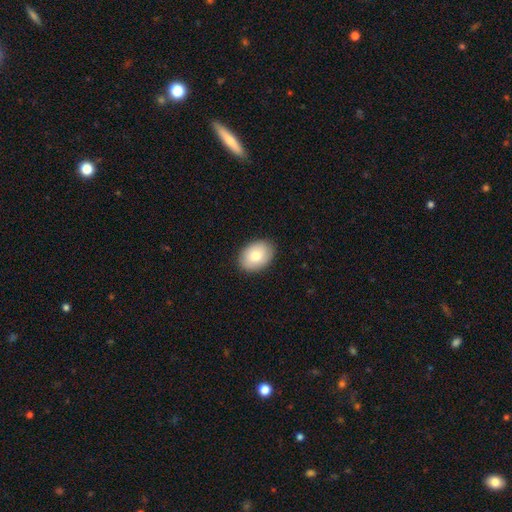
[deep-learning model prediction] Q: Smooth or featured?
A: smooth (79%); runner-up: featured or disk (14%)
Q: How rounded?
A: in between (75%); runner-up: round (24%)
Q: Merging?
A: none (88%); runner-up: minor disturbance (9%)